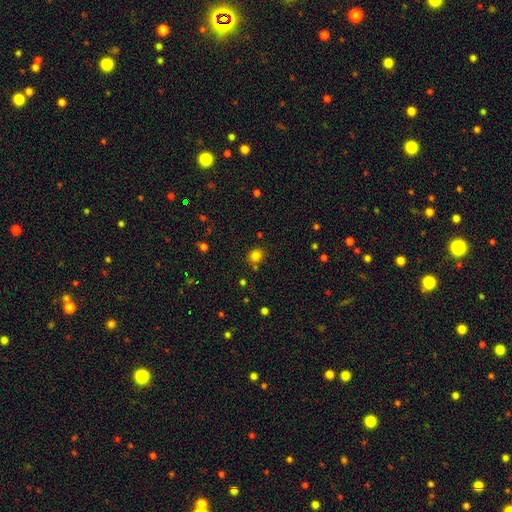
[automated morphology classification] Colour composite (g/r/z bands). It shows a smooth galaxy with no disk features (81%) that is round (74%). Merging: none (81%).